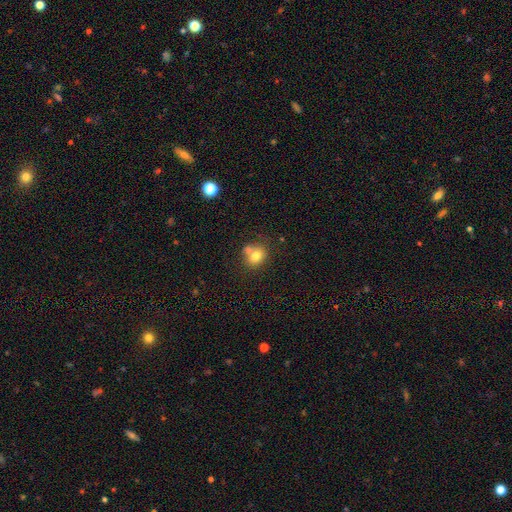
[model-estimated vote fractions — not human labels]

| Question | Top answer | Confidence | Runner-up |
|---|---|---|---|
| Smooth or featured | smooth | 75% | featured or disk (14%) |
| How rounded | round | 65% | in between (34%) |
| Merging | none | 48% | merger (35%) |